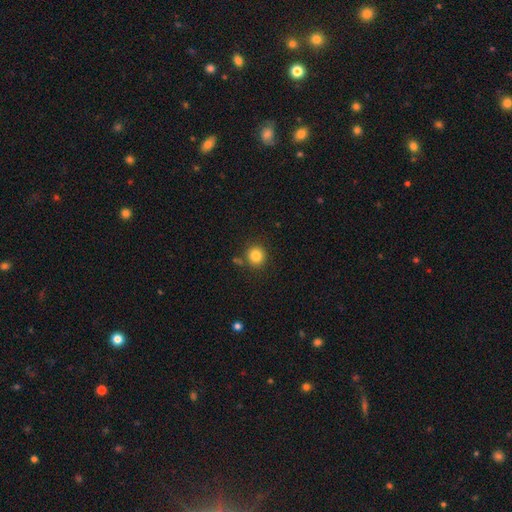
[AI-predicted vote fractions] This appears to be a smooth galaxy with no disk features (84%) that is round (90%). Merging: none (82%).